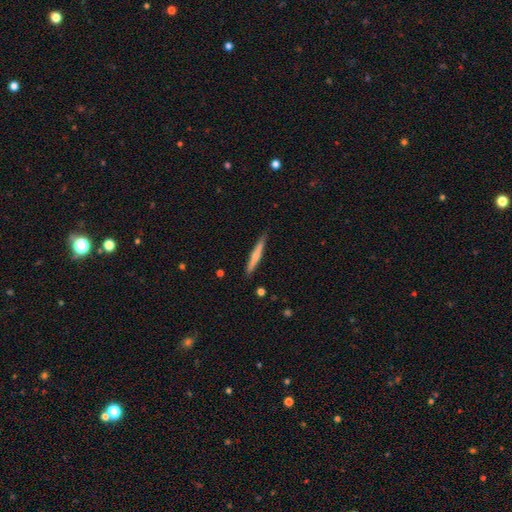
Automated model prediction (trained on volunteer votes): A smooth galaxy with no disk features (61%) that is cigar-shaped (95%).

Vote fractions:
- Smooth or featured? smooth: 61% / featured or disk: 34% / star or artifact: 5%
- How rounded? cigar-shaped: 95% / in between: 3% / round: 1%
- Merging? none: 88% / minor disturbance: 9% / major disturbance: 2% / merger: 1%